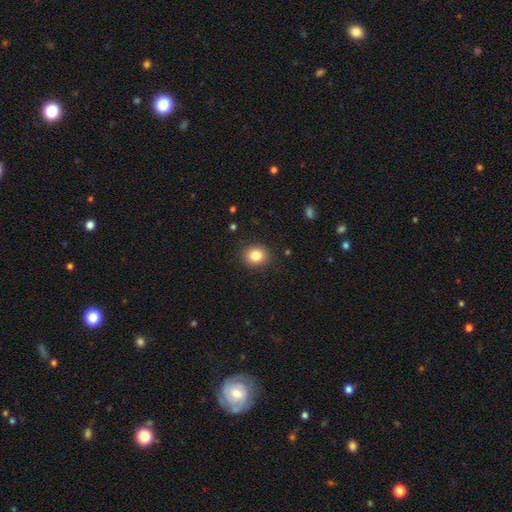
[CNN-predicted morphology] smooth_or_featured: smooth (p=0.84) [alt: star or artifact p=0.10]
how_rounded: round (p=0.75) [alt: in between p=0.24]
merging: none (p=0.89) [alt: minor disturbance p=0.07]